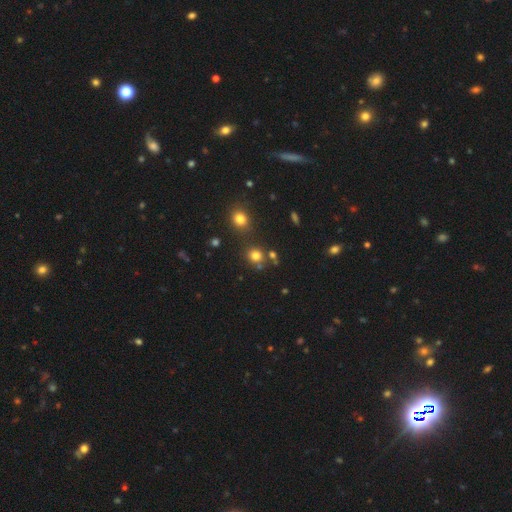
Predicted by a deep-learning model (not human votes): This appears to be a smooth galaxy with no disk features (76%) that is round (85%). Merging: none (72%).